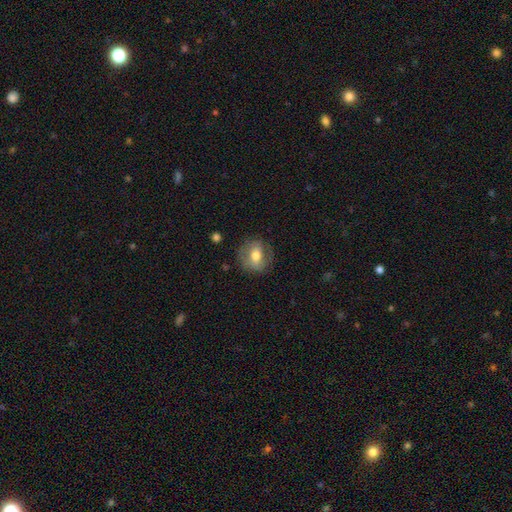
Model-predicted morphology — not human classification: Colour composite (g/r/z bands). It shows a smooth galaxy with no disk features (53%) that is round (64%). Merging: none (75%).